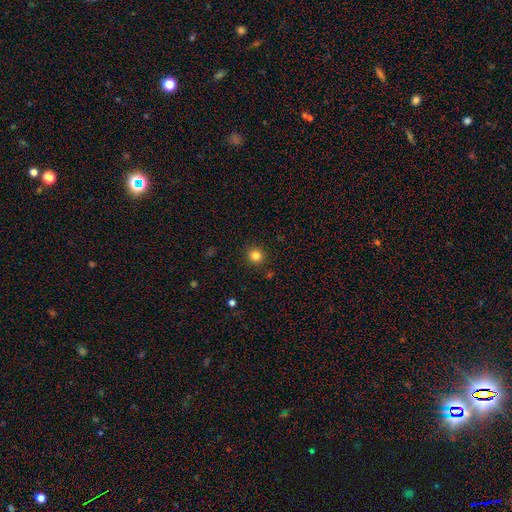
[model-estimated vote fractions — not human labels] Smooth or featured?
  - smooth: 83% *
  - star or artifact: 13%
  - featured or disk: 5%
How rounded?
  - round: 93% *
  - in between: 6%
  - cigar-shaped: 1%
Merging?
  - none: 91% *
  - minor disturbance: 6%
  - major disturbance: 2%
  - merger: 1%